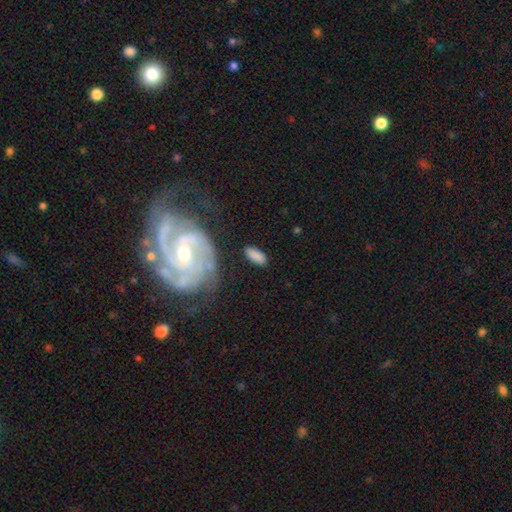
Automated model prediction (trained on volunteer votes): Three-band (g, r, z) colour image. It shows a smooth galaxy with no disk features (84%) that is in between round and cigar-shaped (84%). Merging: none (79%).